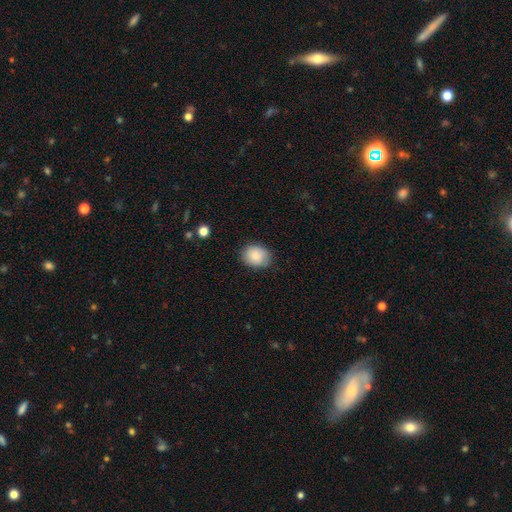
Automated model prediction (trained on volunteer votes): Smooth or featured? smooth (86%)
How rounded? in between (51%)
Merging? none (79%)